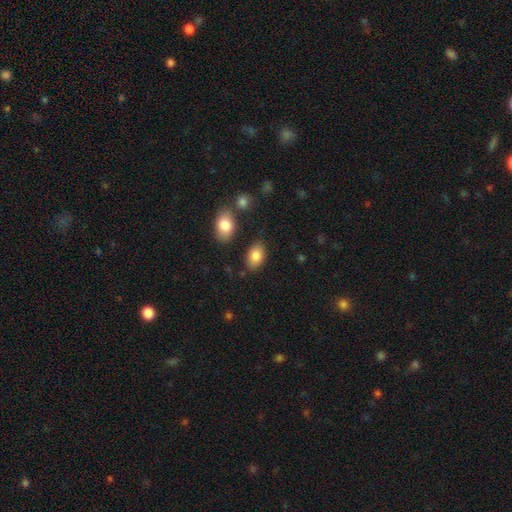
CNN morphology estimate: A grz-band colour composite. It shows a smooth galaxy with no disk features (84%) that is in between round and cigar-shaped (90%). Merging: none (82%).